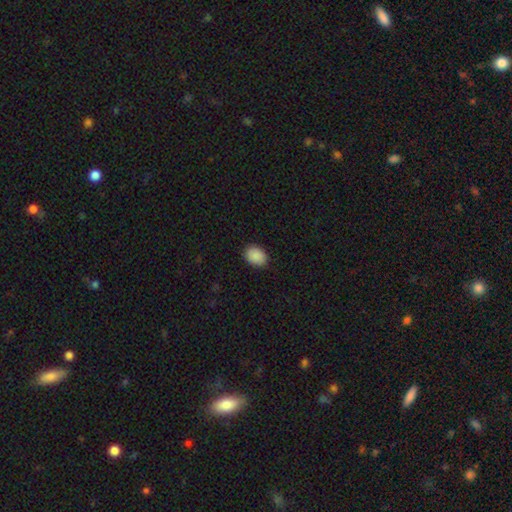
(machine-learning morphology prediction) type=smooth (90%); roundness=in between (72%); merging=none (88%).